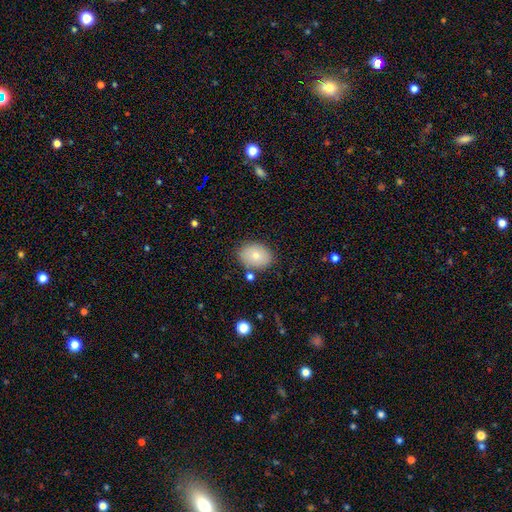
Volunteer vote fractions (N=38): Volunteers were most divided on "how rounded": in between: 74%, round: 26%, cigar-shaped: 0%. More confident: merging — none (83%); smooth or featured — smooth (82%).